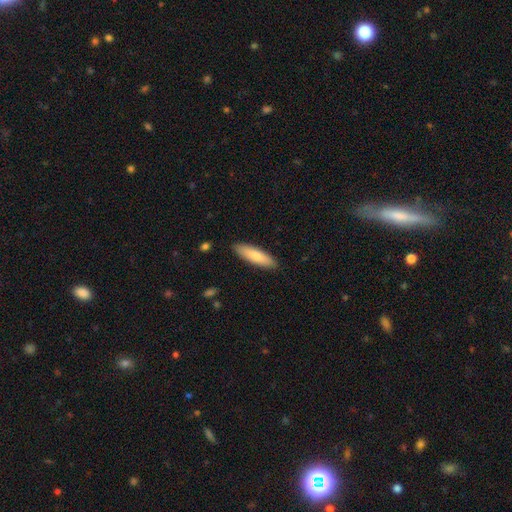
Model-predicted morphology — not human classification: smooth 79%, featured or disk 16%, star or artifact 5%. Down the decision tree: how rounded — cigar-shaped (65%); merging — none (89%).